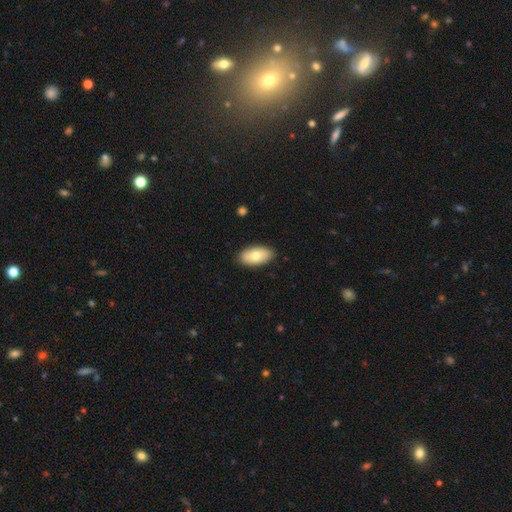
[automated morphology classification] A smooth galaxy with no disk features (74%) that is in between round and cigar-shaped (94%). Merging: none (87%).